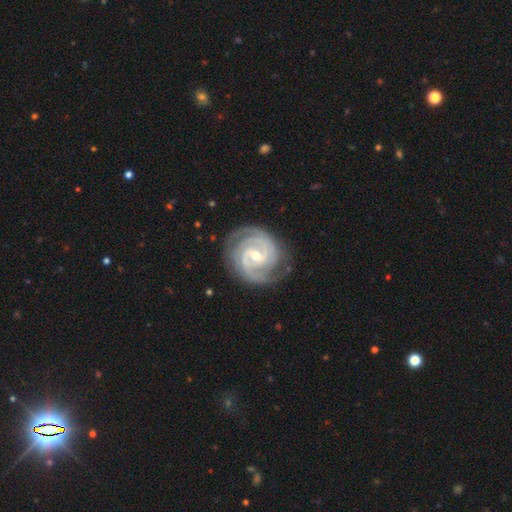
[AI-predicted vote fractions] This appears to be a featured or disk galaxy (93%) with a weak bar (48%), 2 (60%) tight (73%) spiral arms (99%) and a small central bulge (49%). Merging: none (82%).